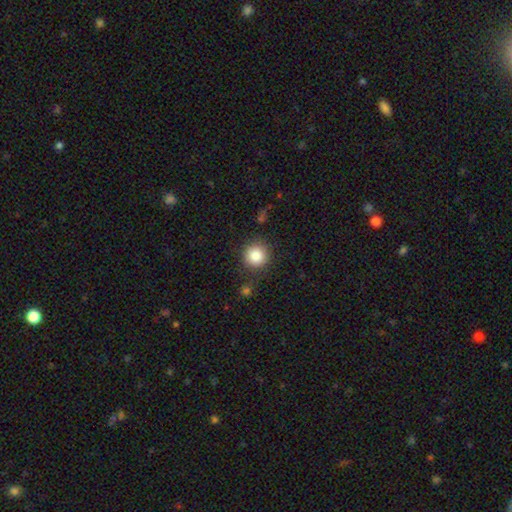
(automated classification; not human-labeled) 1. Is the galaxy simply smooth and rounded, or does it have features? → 85% smooth, 10% star or artifact, 5% featured or disk.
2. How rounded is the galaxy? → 93% round, 6% in between, 1% cigar-shaped.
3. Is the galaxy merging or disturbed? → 84% none, 10% minor disturbance, 4% major disturbance, 3% merger.